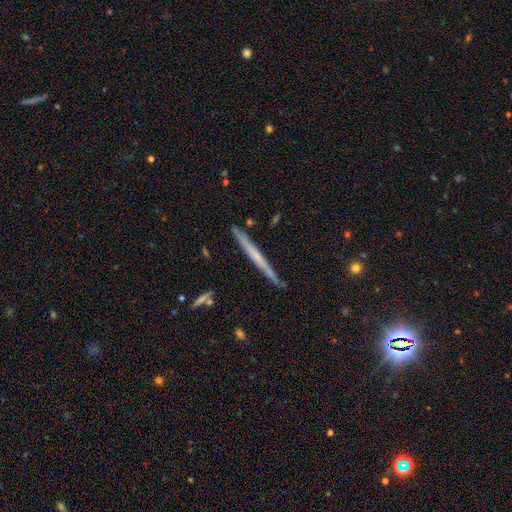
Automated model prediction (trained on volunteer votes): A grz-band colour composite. It shows a featured or disk galaxy (53%) viewed edge-on (97%) with no central bulge (82%). Merging: none (89%).